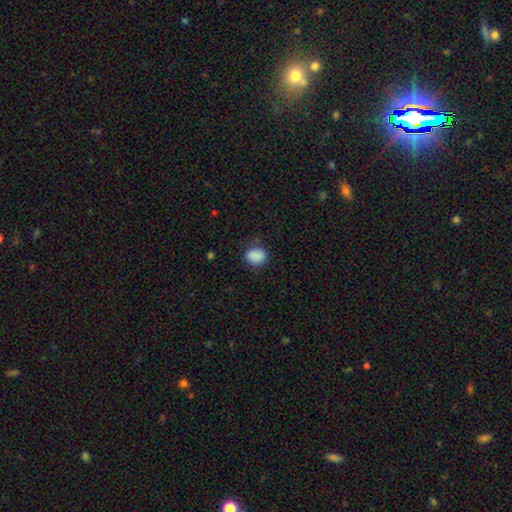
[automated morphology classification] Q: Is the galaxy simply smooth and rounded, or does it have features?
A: smooth — 87%.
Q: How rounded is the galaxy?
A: round — 55%.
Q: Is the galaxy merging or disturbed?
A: none — 76%.